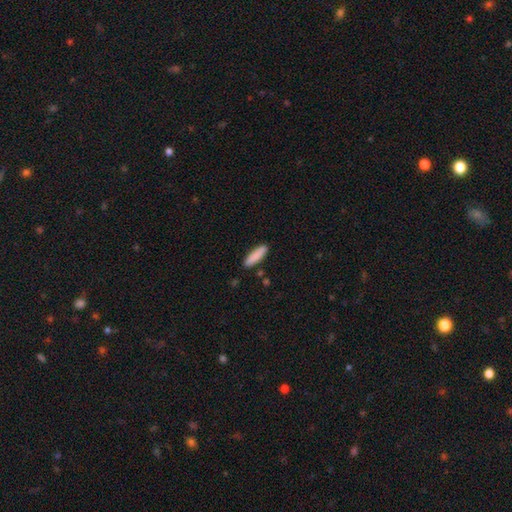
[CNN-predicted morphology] A smooth galaxy with no disk features (87%) that is cigar-shaped (73%). Merging: none (87%).